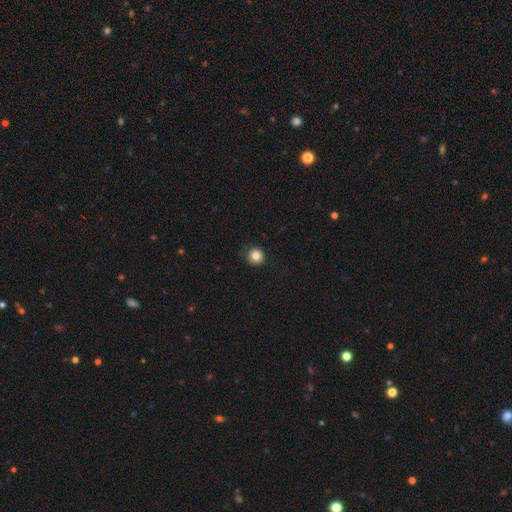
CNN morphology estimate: Smooth or featured: smooth — 83% (star or artifact — 11%)
How rounded: round — 94% (in between — 5%)
Merging: none — 86% (minor disturbance — 11%)